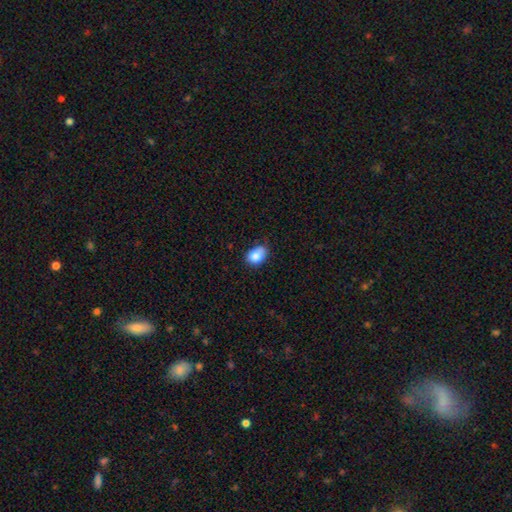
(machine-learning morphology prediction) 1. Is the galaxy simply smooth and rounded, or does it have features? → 83% smooth, 9% star or artifact, 8% featured or disk.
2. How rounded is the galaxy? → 70% in between, 29% round, 1% cigar-shaped.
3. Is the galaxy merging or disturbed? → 60% none, 31% minor disturbance, 6% major disturbance, 3% merger.